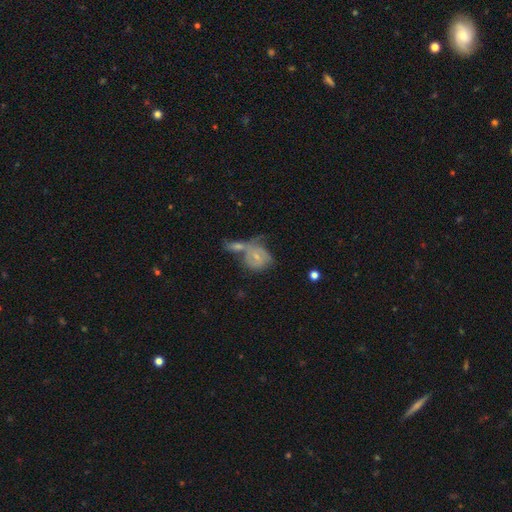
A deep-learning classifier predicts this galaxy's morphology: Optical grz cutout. It shows a featured or disk galaxy (53%) with no bar (57%), spiral arms (71%) and a small central bulge (59%). Merging: merger (48%).